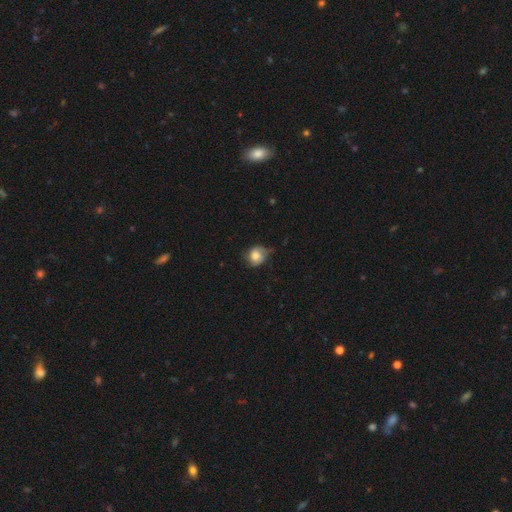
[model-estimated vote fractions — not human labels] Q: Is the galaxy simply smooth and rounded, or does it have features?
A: smooth — 63%.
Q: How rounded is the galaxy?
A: round — 75%.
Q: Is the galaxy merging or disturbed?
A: none — 47%.